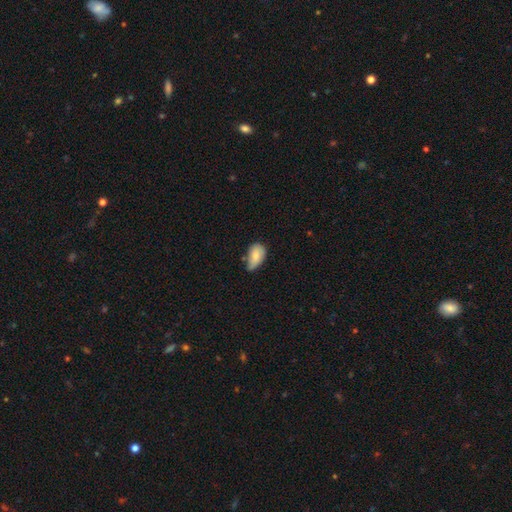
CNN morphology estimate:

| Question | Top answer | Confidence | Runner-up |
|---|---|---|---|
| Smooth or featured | smooth | 80% | featured or disk (12%) |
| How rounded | in between | 89% | round (9%) |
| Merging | minor disturbance | 48% | none (34%) |